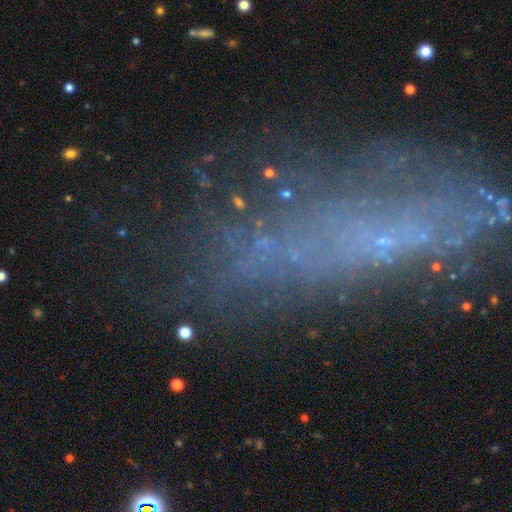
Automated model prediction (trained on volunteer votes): smooth_or_featured: featured or disk (p=0.42) [alt: star or artifact p=0.31]
merging: none (p=0.55) [alt: major disturbance p=0.20]